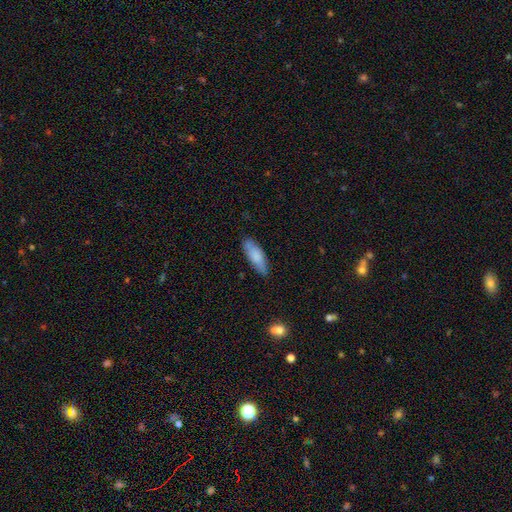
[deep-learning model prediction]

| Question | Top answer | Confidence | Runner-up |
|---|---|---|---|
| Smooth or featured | smooth | 79% | featured or disk (15%) |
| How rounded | in between | 60% | cigar-shaped (38%) |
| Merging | none | 79% | minor disturbance (17%) |